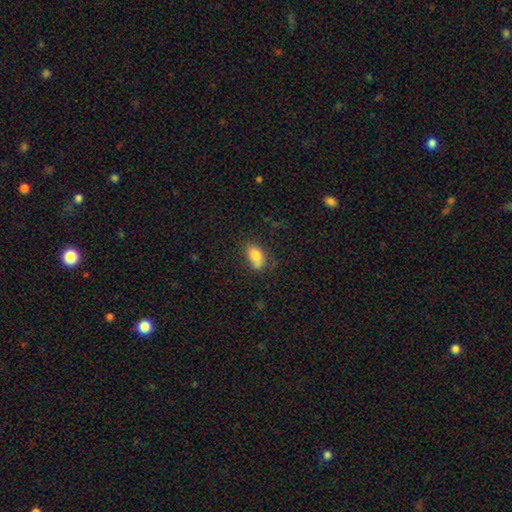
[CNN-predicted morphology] Smooth or featured?
  - smooth: 82% *
  - featured or disk: 10%
  - star or artifact: 9%
How rounded?
  - in between: 87% *
  - round: 11%
  - cigar-shaped: 2%
Merging?
  - none: 62% *
  - minor disturbance: 22%
  - merger: 9%
  - major disturbance: 7%